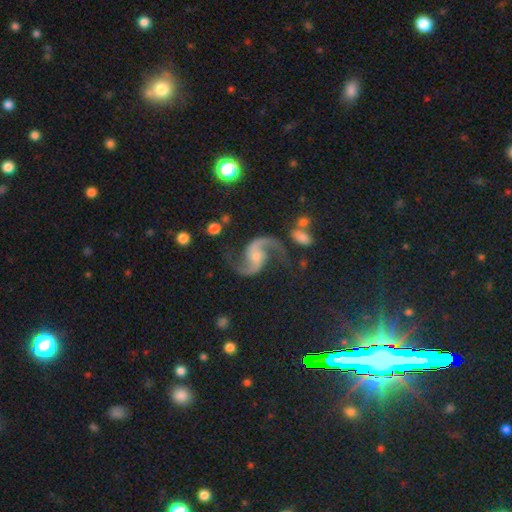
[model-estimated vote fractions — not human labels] A featured or disk galaxy (92%) with no bar (55%), 2 (94%) loose (67%) spiral arms (98%) and a small central bulge (52%). Merging: none (74%).